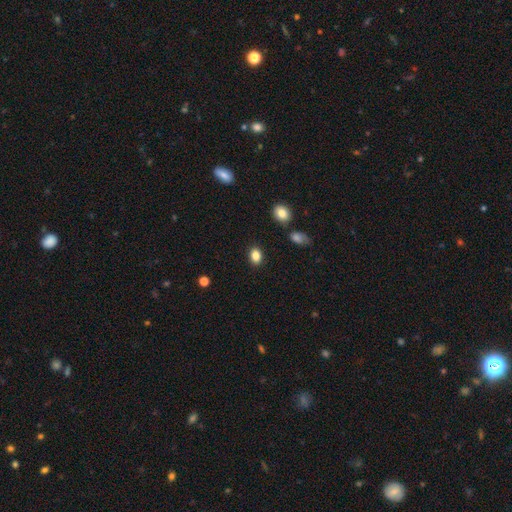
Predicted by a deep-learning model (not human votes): The model was most divided on "how rounded": in between: 69%, round: 30%, cigar-shaped: 1%. More confident: merging — none (87%); smooth or featured — smooth (85%).